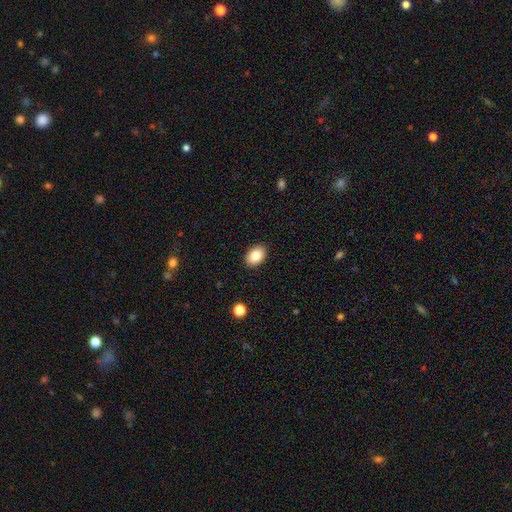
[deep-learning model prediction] A smooth galaxy with no disk features (84%) that is in between round and cigar-shaped (84%).

Vote fractions:
- Smooth or featured? smooth: 84% / featured or disk: 8% / star or artifact: 8%
- How rounded? in between: 84% / round: 15% / cigar-shaped: 1%
- Merging? none: 90% / minor disturbance: 7% / major disturbance: 2% / merger: 1%